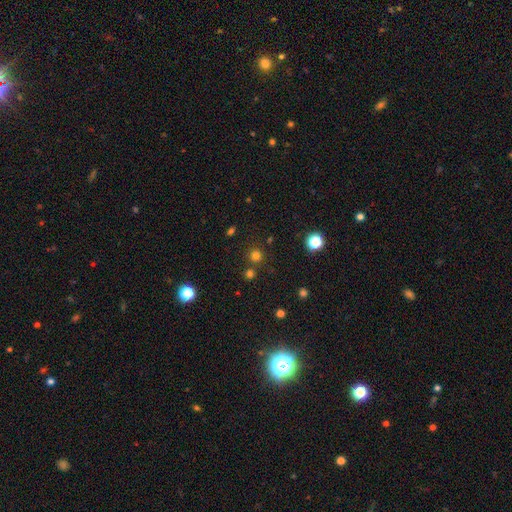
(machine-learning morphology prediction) A smooth galaxy with no disk features (72%) that is round (94%).

Vote fractions:
- Smooth or featured? smooth: 72% / star or artifact: 22% / featured or disk: 6%
- How rounded? round: 94% / in between: 5% / cigar-shaped: 1%
- Merging? none: 82% / merger: 9% / minor disturbance: 6% / major disturbance: 3%